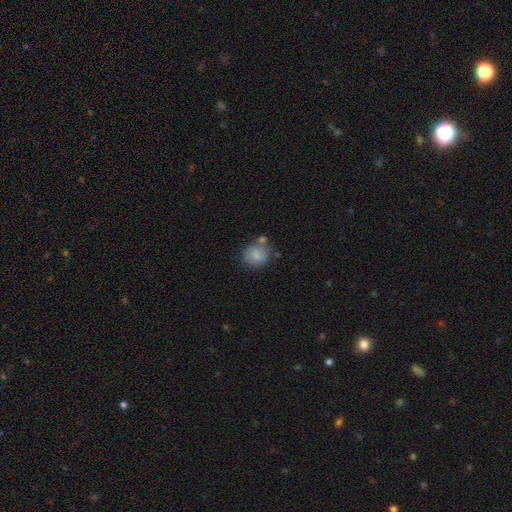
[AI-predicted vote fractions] Smooth or featured? smooth (84%)
How rounded? round (77%)
Merging? none (61%)